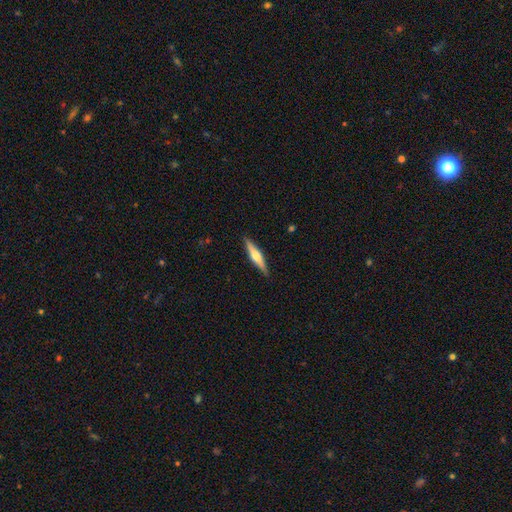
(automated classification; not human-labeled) smooth_or_featured: featured or disk (p=0.61) [alt: smooth p=0.34]
disk_edge_on: yes (p=0.97) [alt: no p=0.03]
edge_on_bulge: rounded (p=0.87) [alt: boxy p=0.08]
merging: none (p=0.90) [alt: minor disturbance p=0.07]